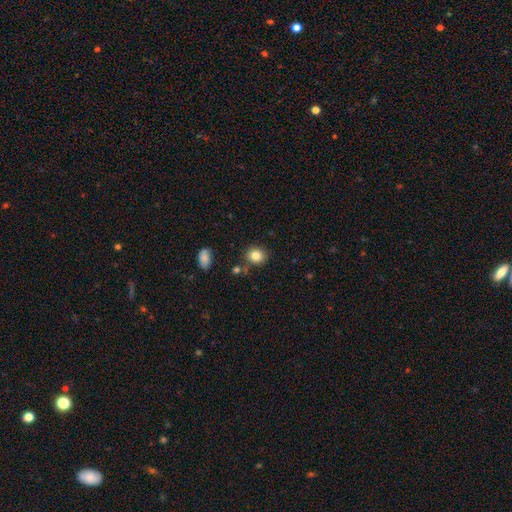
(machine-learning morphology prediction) smooth_or_featured: smooth (p=0.83) [alt: star or artifact p=0.10]
how_rounded: round (p=0.74) [alt: in between p=0.25]
merging: none (p=0.80) [alt: minor disturbance p=0.11]